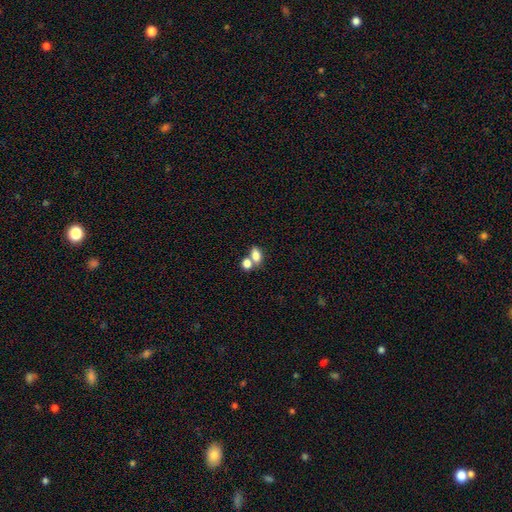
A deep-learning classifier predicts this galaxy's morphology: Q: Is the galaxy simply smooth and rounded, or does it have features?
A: smooth — 80%.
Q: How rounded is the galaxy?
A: in between — 77%.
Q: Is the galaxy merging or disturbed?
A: merger — 47%.